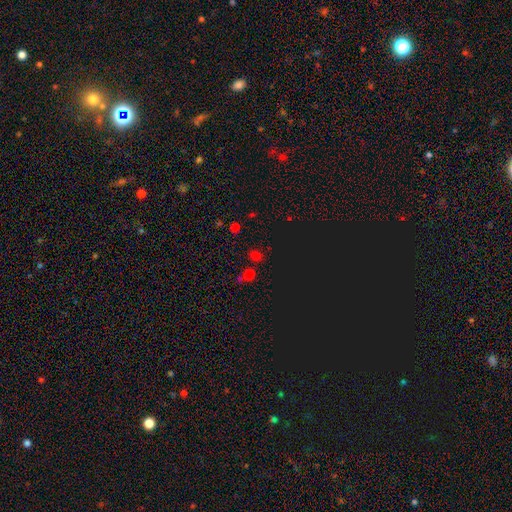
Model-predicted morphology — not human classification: This is possibly a smooth galaxy (55%). How rounded: likely round (71%). Merging: likely none (75%).